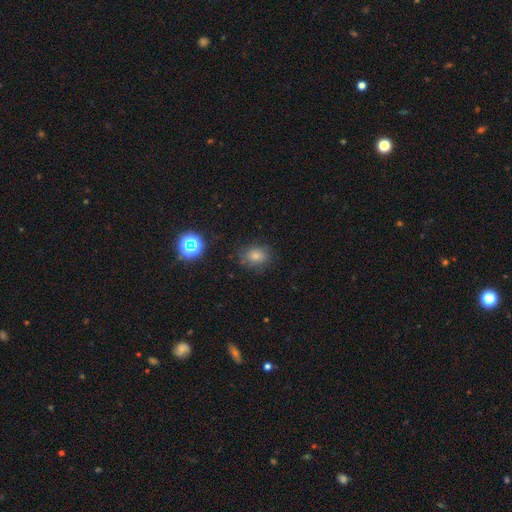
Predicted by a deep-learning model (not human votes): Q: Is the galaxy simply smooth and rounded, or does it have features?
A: smooth — 77%.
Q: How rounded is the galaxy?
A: round — 52%.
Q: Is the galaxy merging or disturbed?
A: none — 79%.